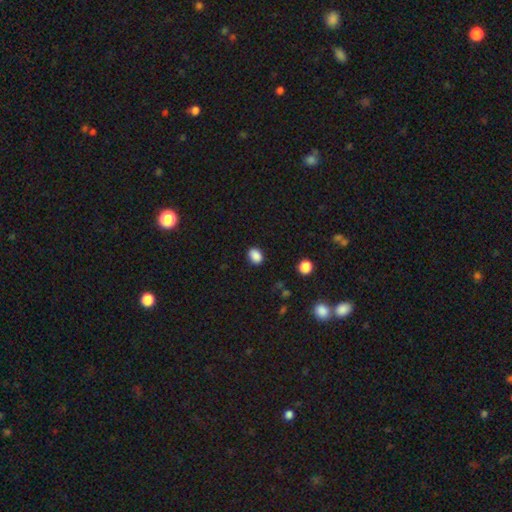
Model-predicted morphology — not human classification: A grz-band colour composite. It shows a smooth galaxy with no disk features (88%) that is in between round and cigar-shaped (68%). Merging: none (87%).